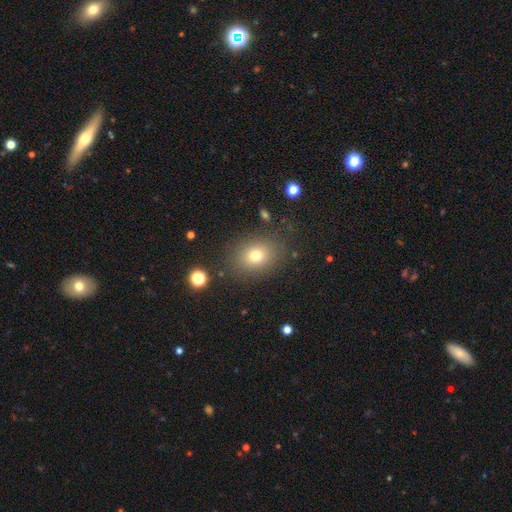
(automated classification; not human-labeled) Smooth or featured: smooth — 76% (star or artifact — 14%)
How rounded: in between — 53% (round — 46%)
Merging: none — 83% (minor disturbance — 10%)